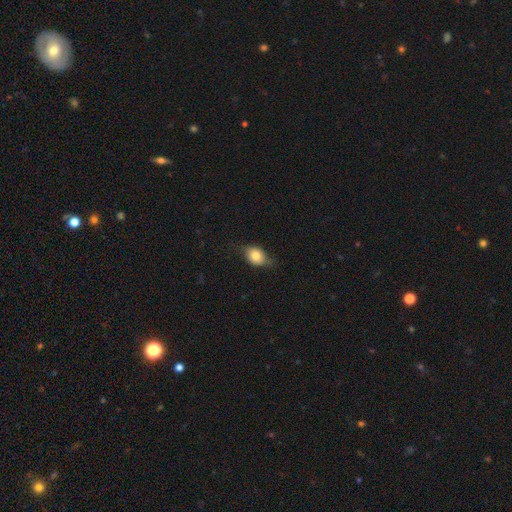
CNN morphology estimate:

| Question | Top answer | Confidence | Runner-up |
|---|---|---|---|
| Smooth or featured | smooth | 72% | featured or disk (19%) |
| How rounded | in between | 62% | round (36%) |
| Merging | none | 64% | minor disturbance (27%) |